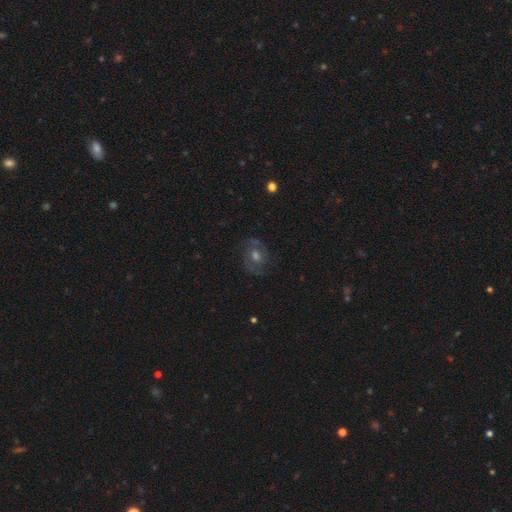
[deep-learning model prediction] smooth-or-featured: featured or disk: 60% | smooth: 24% | star or artifact: 16%
  disk-edge-on: no: 97% | yes: 3%
    bar: no: 65% | weak: 29% | strong: 6%
    has-spiral-arms: yes: 77% | no: 23%
    bulge-size: moderate: 65% | small: 16% | large: 15% | none: 2% | dominant: 2%
  merging: none: 76% | minor disturbance: 14% | major disturbance: 8% | merger: 2%